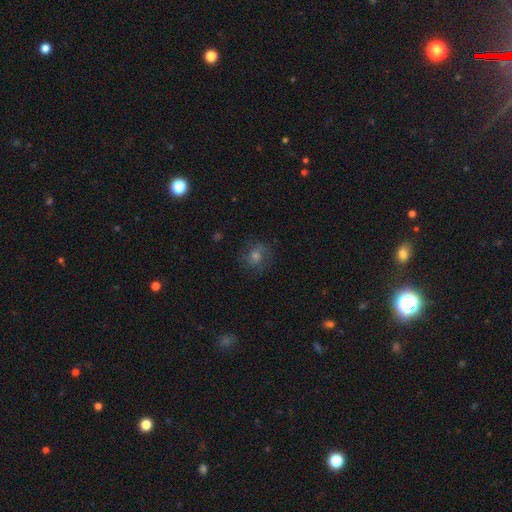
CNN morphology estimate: Overall: featured or disk (40%; smooth 37%). Merging: none (77%).